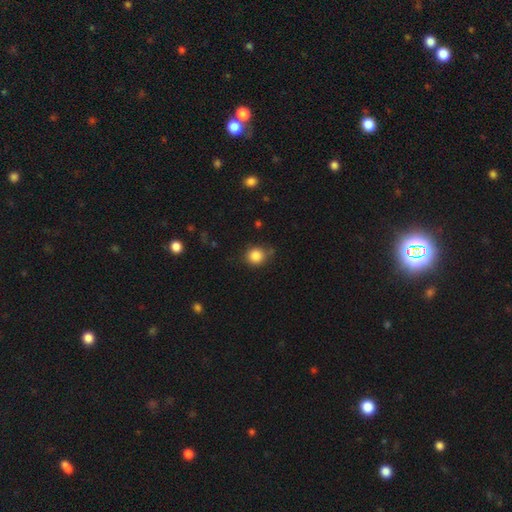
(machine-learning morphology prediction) smooth-or-featured: smooth: 85% | star or artifact: 10% | featured or disk: 4%
  how-rounded: round: 85% | in between: 14% | cigar-shaped: 1%
  merging: none: 79% | minor disturbance: 14% | major disturbance: 4% | merger: 3%